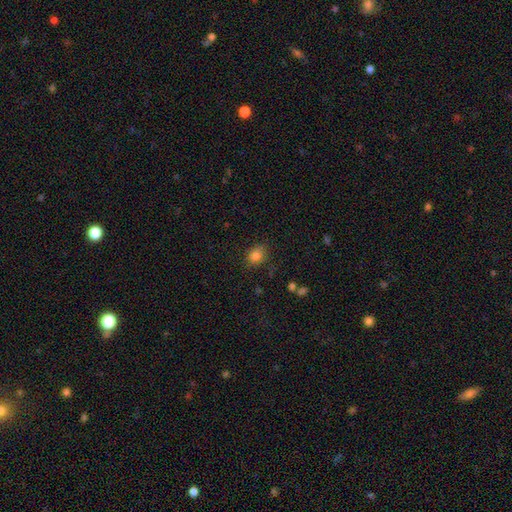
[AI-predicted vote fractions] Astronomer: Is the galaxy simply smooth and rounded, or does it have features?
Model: smooth — 83%.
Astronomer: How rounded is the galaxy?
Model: round — 52% (runner-up: in between, 47%).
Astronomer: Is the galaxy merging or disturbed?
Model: none — 80%.